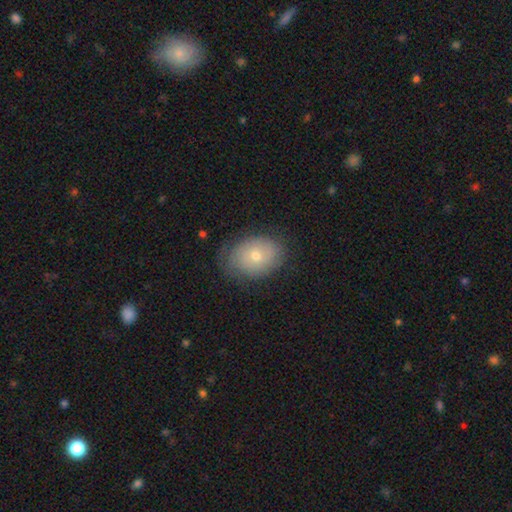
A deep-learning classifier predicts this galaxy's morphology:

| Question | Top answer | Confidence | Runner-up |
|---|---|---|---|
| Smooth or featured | smooth | 60% | featured or disk (32%) |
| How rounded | in between | 68% | round (31%) |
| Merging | none | 73% | minor disturbance (20%) |